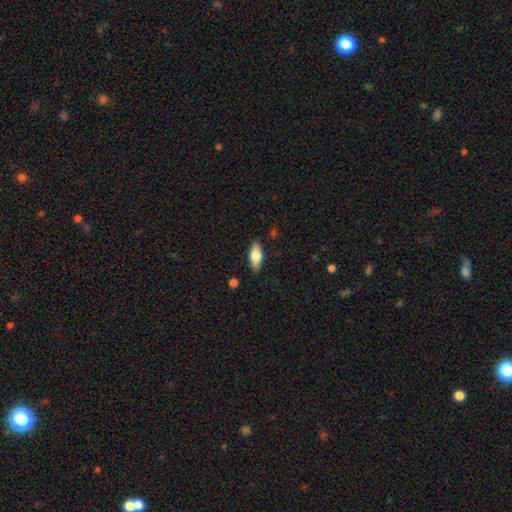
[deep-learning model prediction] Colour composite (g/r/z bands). It shows a smooth galaxy with no disk features (72%) that is in between round and cigar-shaped (78%). Merging: none (86%).